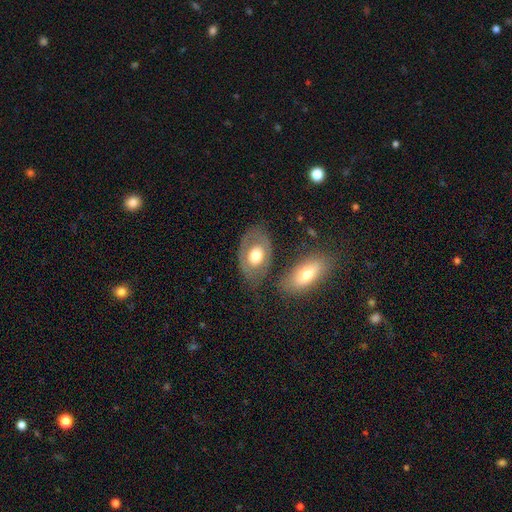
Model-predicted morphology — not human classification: Smooth or featured? Predicted: smooth (p=0.53). How rounded? Predicted: in between (p=0.84). Merging? Predicted: none (p=0.65).